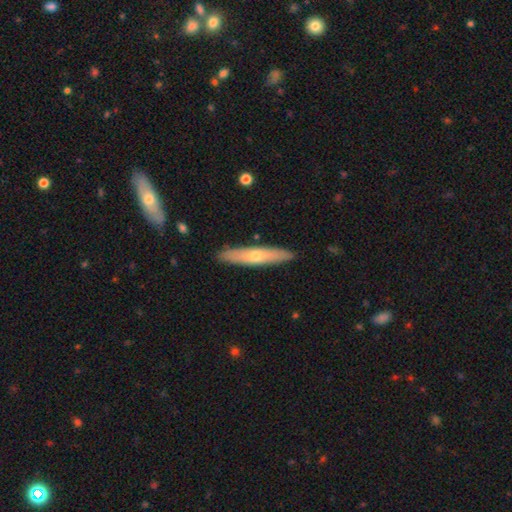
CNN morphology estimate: A smooth galaxy with no disk features (50%). Merging: none (90%).